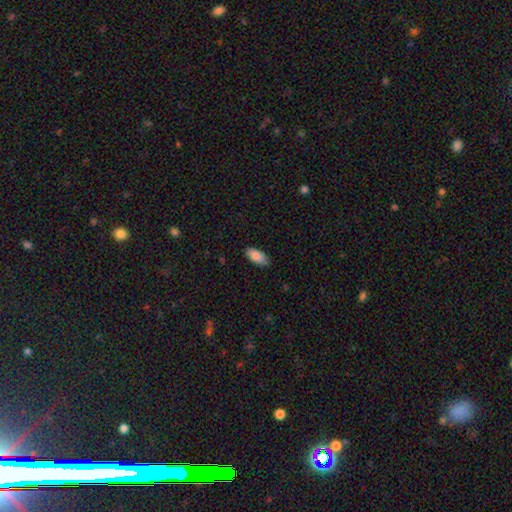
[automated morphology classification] smooth 85%, featured or disk 8%, star or artifact 7%. Down the decision tree: how rounded — in between (91%); merging — none (83%).